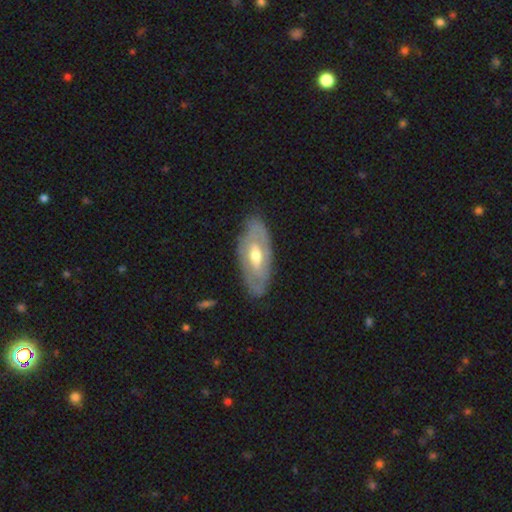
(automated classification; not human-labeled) smooth_or_featured: featured or disk (p=0.68) [alt: smooth p=0.28]
disk_edge_on: no (p=0.86) [alt: yes p=0.14]
bar: no (p=0.49) [alt: weak p=0.37]
has_spiral_arms: yes (p=0.54) [alt: no p=0.46]
bulge_size: moderate (p=0.71) [alt: small p=0.21]
merging: none (p=0.82) [alt: minor disturbance p=0.14]